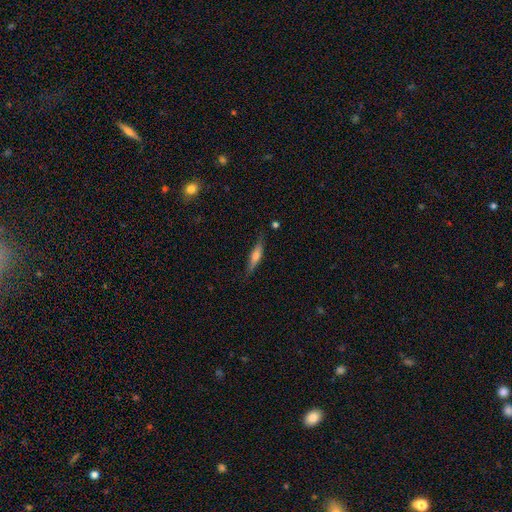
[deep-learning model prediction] Smooth or featured?
  - featured or disk: 47% *
  - smooth: 46%
  - star or artifact: 7%
Merging?
  - none: 80% *
  - minor disturbance: 15%
  - major disturbance: 3%
  - merger: 2%